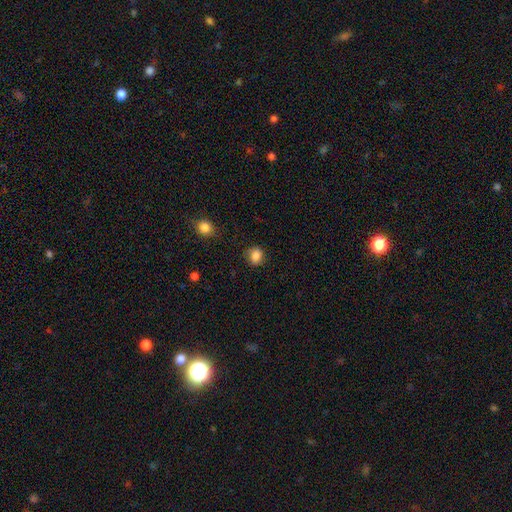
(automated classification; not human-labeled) This is clearly a smooth galaxy (85%). How rounded: likely round (65%). Merging: likely none (78%).